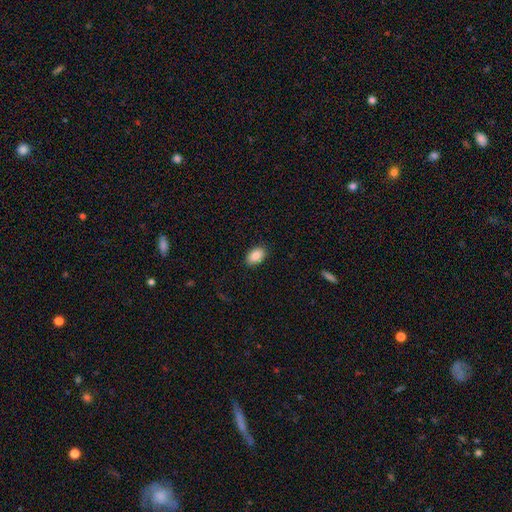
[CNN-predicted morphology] Smooth or featured?
  - smooth: 89% *
  - star or artifact: 7%
  - featured or disk: 4%
How rounded?
  - in between: 90% *
  - round: 9%
  - cigar-shaped: 1%
Merging?
  - none: 88% *
  - minor disturbance: 9%
  - major disturbance: 2%
  - merger: 1%